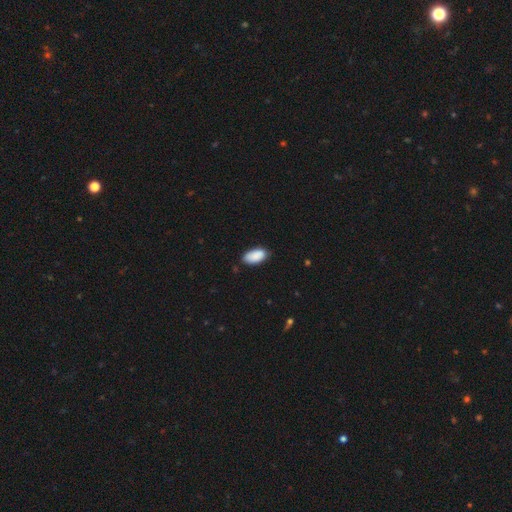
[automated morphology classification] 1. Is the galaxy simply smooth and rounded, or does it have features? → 89% smooth, 6% star or artifact, 4% featured or disk.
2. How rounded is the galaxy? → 95% in between, 3% cigar-shaped, 2% round.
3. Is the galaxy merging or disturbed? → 79% none, 17% minor disturbance, 2% major disturbance, 1% merger.